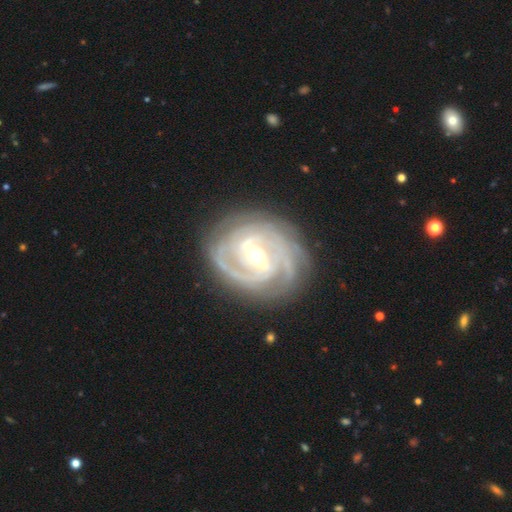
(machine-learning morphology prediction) The model was most divided on "spiral arm count": 3: 30%, 2: 29%, can't tell: 17%, 4: 13%, more than 4: 6%, 1: 5%. More confident: spiral arms — yes (97%); edge-on disk — no (97%); smooth or featured — featured or disk (91%); merging — none (80%); spiral winding — tight (70%); bulge size — moderate (68%); bar — strong (50%).